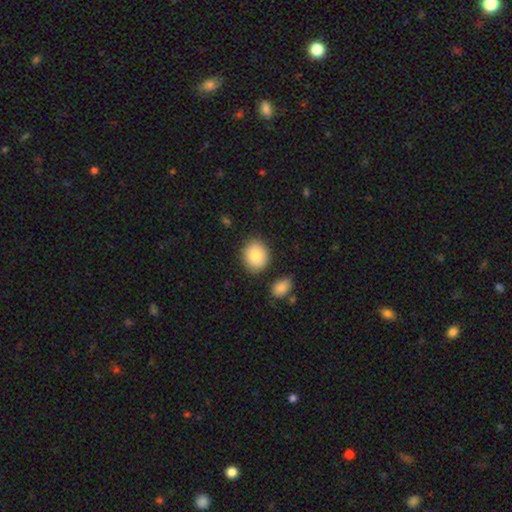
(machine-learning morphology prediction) A smooth galaxy with no disk features (86%) that is round (68%).

Vote fractions:
- Smooth or featured? smooth: 86% / featured or disk: 7% / star or artifact: 7%
- How rounded? round: 68% / in between: 31% / cigar-shaped: 1%
- Merging? none: 83% / minor disturbance: 10% / merger: 4% / major disturbance: 3%